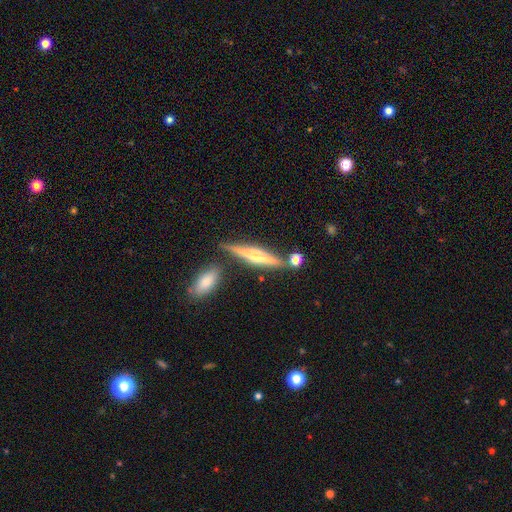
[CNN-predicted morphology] This appears to be a featured or disk galaxy (66%) viewed edge-on (96%) with a rounded central bulge (88%). Merging: none (77%).